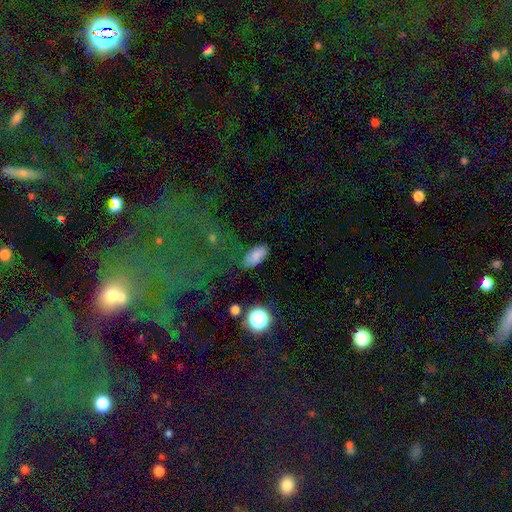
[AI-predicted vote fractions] Morphology: type=smooth (82%); roundness=in between (93%); merging=none (80%).